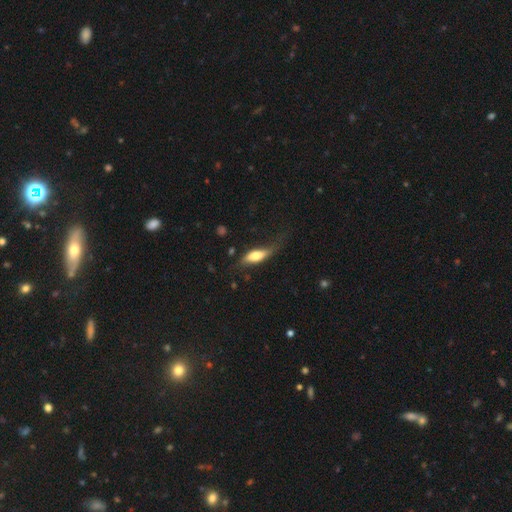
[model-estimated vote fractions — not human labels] smooth 62%, featured or disk 32%, star or artifact 6%. Down the decision tree: how rounded — in between (62%); merging — none (46%).